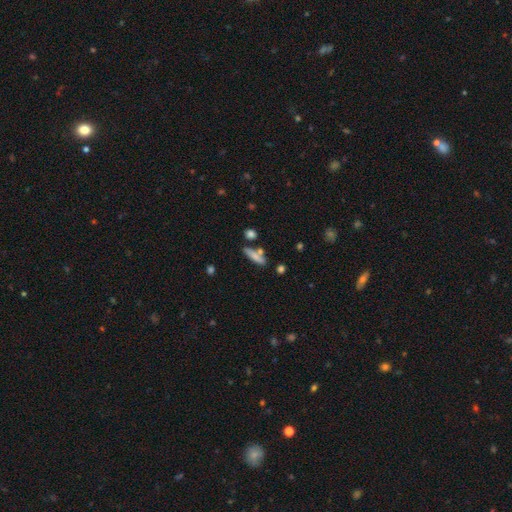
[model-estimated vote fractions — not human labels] smooth-or-featured: smooth: 73% | featured or disk: 19% | star or artifact: 8%
  how-rounded: cigar-shaped: 66% | in between: 30% | round: 4%
  merging: none: 66% | minor disturbance: 15% | merger: 14% | major disturbance: 4%